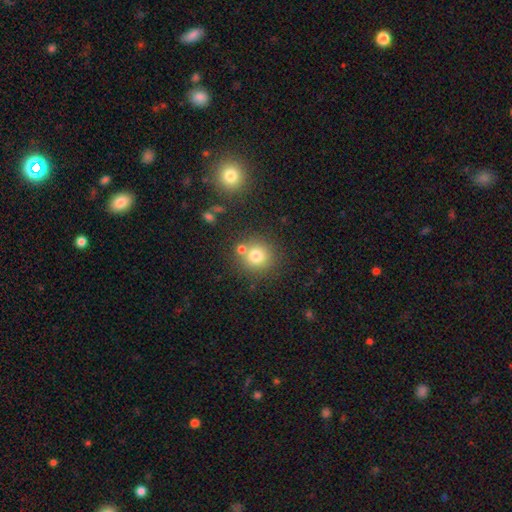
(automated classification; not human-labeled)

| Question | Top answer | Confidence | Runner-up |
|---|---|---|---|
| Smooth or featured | smooth | 76% | star or artifact (14%) |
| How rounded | round | 91% | in between (8%) |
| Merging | none | 69% | merger (19%) |